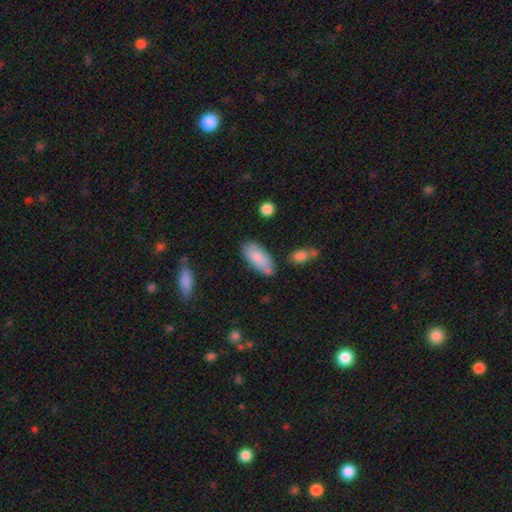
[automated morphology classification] The model was most divided on "merging": none: 69%, minor disturbance: 20%, merger: 7%, major disturbance: 5%. More confident: how rounded — in between (87%); smooth or featured — smooth (85%).